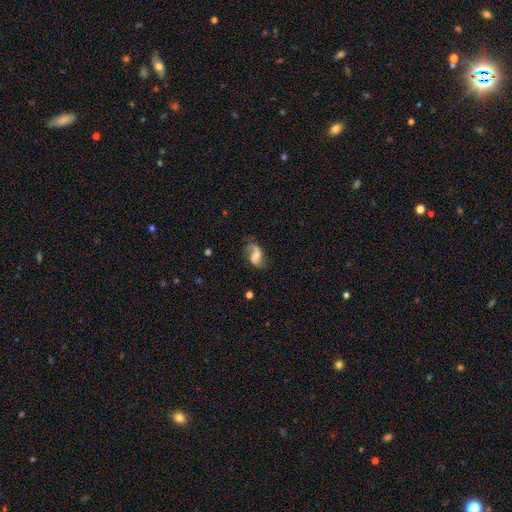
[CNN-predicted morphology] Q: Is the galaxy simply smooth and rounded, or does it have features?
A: featured or disk — 80%.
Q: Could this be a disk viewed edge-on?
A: no — 98%.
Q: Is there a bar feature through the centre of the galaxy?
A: weak — 46%.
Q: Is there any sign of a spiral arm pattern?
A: yes — 95%.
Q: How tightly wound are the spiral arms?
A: loose — 57%.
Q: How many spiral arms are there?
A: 2 — 76%.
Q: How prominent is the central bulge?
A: moderate — 40%.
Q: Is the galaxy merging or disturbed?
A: none — 63%.